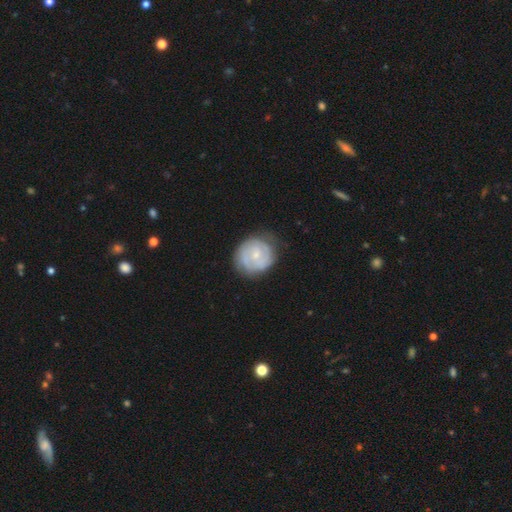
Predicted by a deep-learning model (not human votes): The model was most divided on "smooth or featured": featured or disk: 60%, smooth: 35%, star or artifact: 5%. More confident: edge-on disk — no (98%); spiral arms — yes (74%); bar — no (70%); merging — none (67%); bulge size — small (64%).